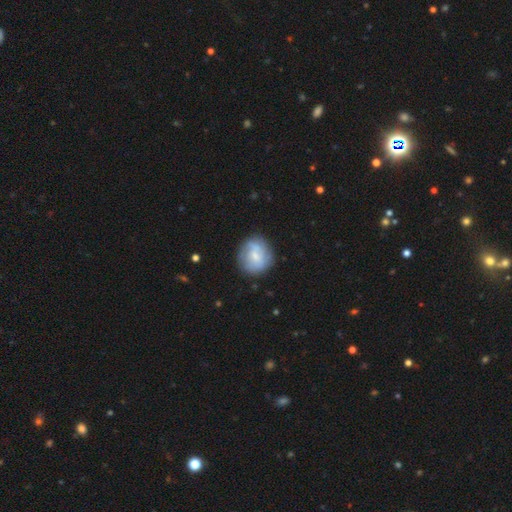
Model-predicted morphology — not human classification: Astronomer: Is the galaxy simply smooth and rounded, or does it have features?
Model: smooth — 51% (runner-up: featured or disk, 42%).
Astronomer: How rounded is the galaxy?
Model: round — 80%.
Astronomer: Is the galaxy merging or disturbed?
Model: none — 72%.